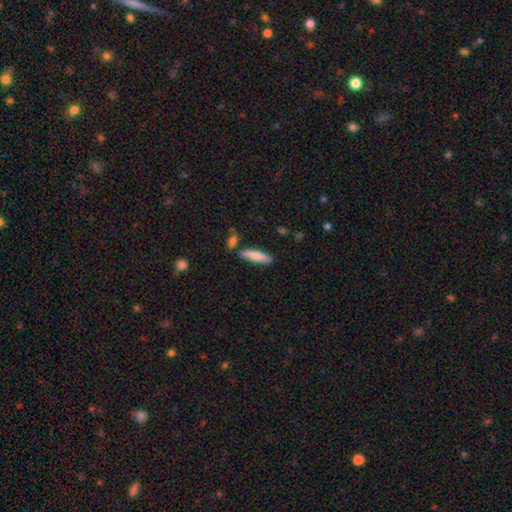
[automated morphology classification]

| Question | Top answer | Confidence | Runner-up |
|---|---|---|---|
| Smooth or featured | smooth | 83% | featured or disk (11%) |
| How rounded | cigar-shaped | 63% | in between (35%) |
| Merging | none | 81% | minor disturbance (11%) |